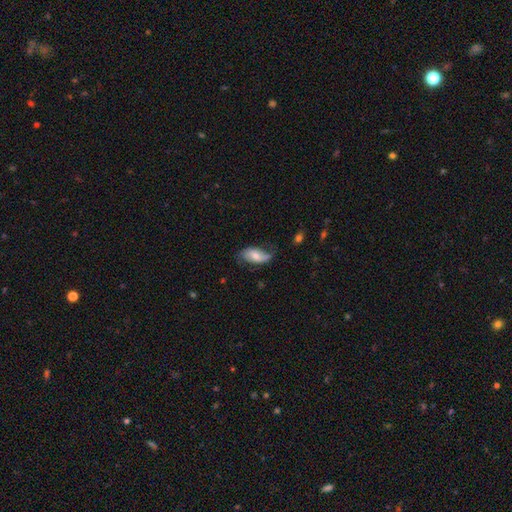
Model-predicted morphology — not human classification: Smooth or featured? smooth (47%)
Merging? none (50%)